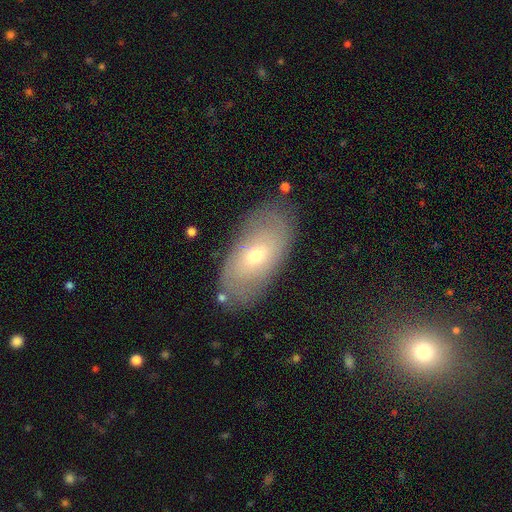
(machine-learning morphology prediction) A smooth galaxy with no disk features (47%). Merging: none (78%).